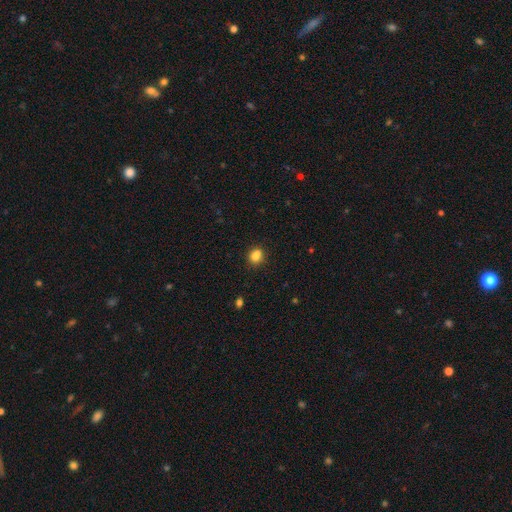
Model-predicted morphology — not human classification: Q: Smooth or featured?
A: smooth (81%); runner-up: star or artifact (11%)
Q: How rounded?
A: round (60%); runner-up: in between (38%)
Q: Merging?
A: none (64%); runner-up: merger (16%)